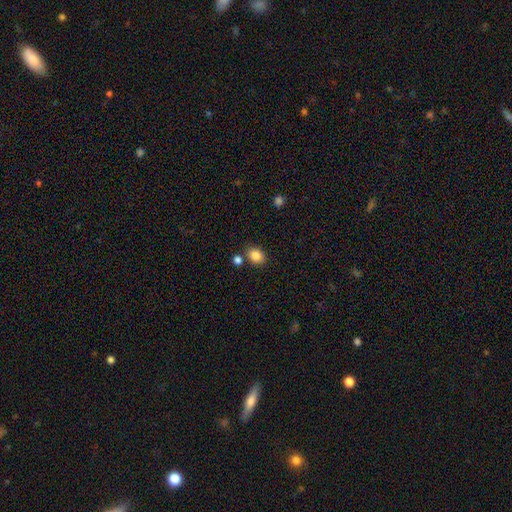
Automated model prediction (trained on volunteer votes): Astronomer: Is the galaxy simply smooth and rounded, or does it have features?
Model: smooth — 86%.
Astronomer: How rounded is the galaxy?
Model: in between — 54% (runner-up: round, 45%).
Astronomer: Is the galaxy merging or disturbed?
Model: none — 78%.